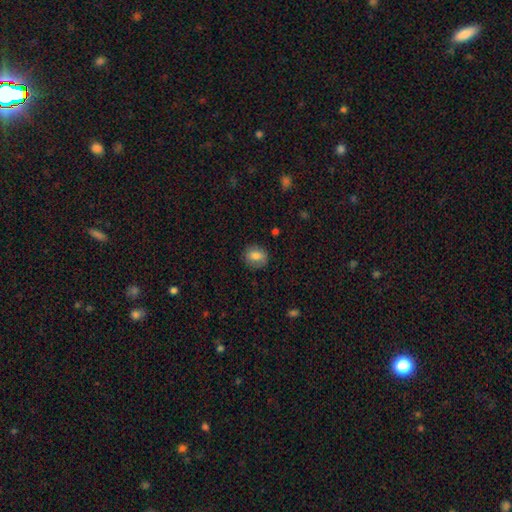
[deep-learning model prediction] Smooth or featured: smooth — 79% (featured or disk — 12%)
How rounded: round — 59% (in between — 40%)
Merging: none — 83% (minor disturbance — 12%)